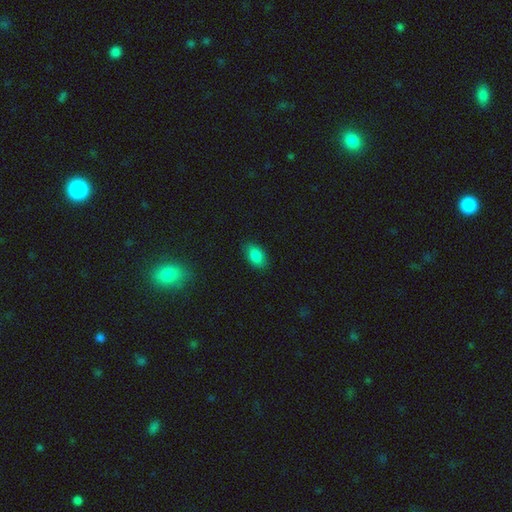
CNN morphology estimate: Q: Smooth or featured?
A: smooth (85%); runner-up: star or artifact (9%)
Q: How rounded?
A: in between (91%); runner-up: round (7%)
Q: Merging?
A: none (86%); runner-up: minor disturbance (11%)